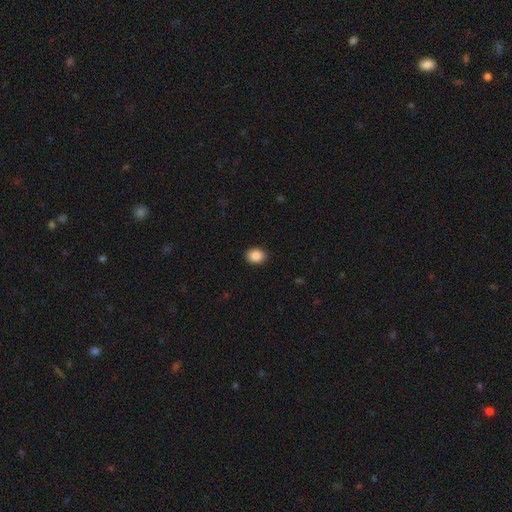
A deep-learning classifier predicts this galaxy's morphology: A smooth galaxy with no disk features (88%) that is in between round and cigar-shaped (50%).

Vote fractions:
- Smooth or featured? smooth: 88% / star or artifact: 9% / featured or disk: 4%
- How rounded? in between: 50% / round: 49% / cigar-shaped: 1%
- Merging? none: 91% / minor disturbance: 6% / major disturbance: 2% / merger: 1%